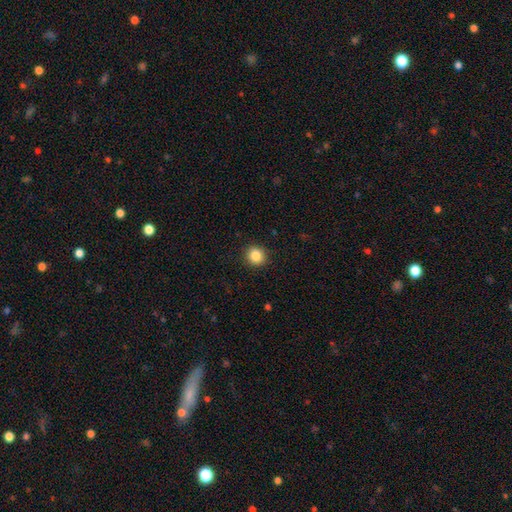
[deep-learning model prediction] A smooth galaxy with no disk features (86%) that is round (90%). Merging: none (92%).